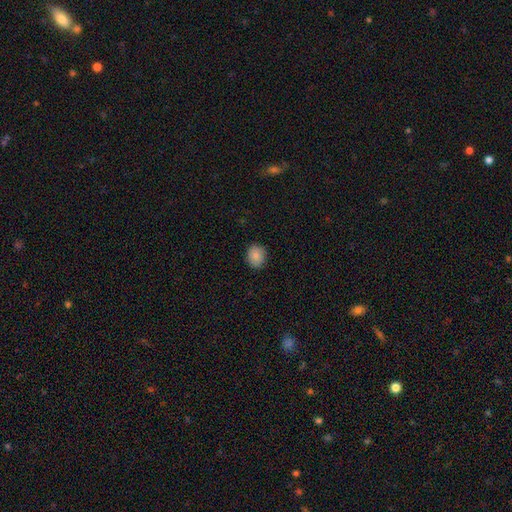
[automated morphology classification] Smooth or featured?
  - smooth: 87% *
  - star or artifact: 8%
  - featured or disk: 5%
How rounded?
  - round: 65% *
  - in between: 34%
  - cigar-shaped: 1%
Merging?
  - none: 88% *
  - minor disturbance: 9%
  - major disturbance: 2%
  - merger: 1%